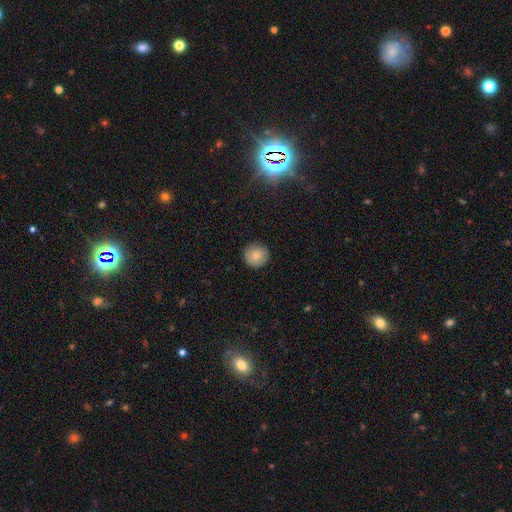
This appears to be a smooth galaxy with no disk features (92%) that is round (100%). Merging: none (97%).